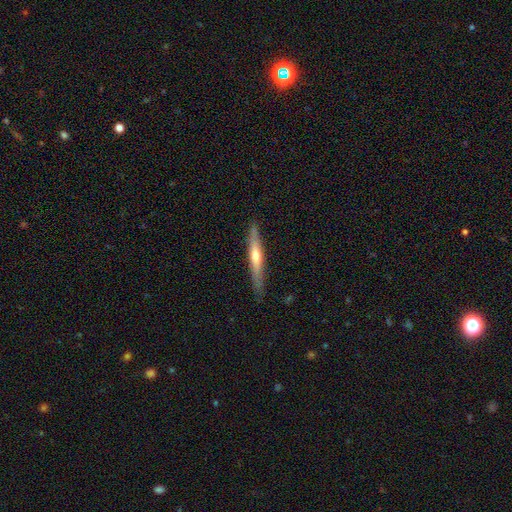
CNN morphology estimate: Smooth or featured?
  - featured or disk: 54% *
  - smooth: 41%
  - star or artifact: 6%
Edge-on disk?
  - yes: 94% *
  - no: 6%
Edge-on bulge?
  - rounded: 76% *
  - none: 19%
  - boxy: 5%
Merging?
  - none: 85% *
  - minor disturbance: 11%
  - major disturbance: 2%
  - merger: 1%